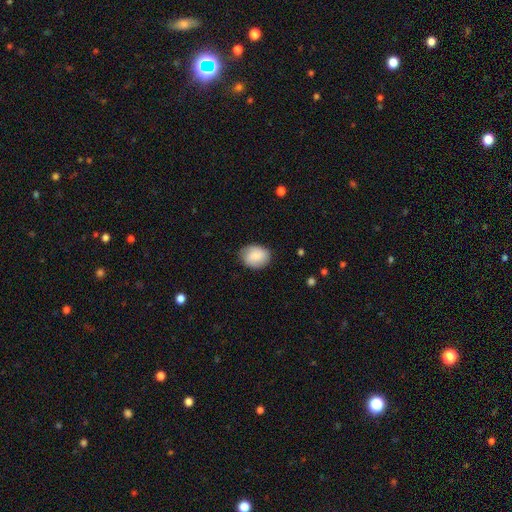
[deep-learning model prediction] This appears to be a smooth galaxy with no disk features (78%) that is in between round and cigar-shaped (55%). Merging: none (79%).